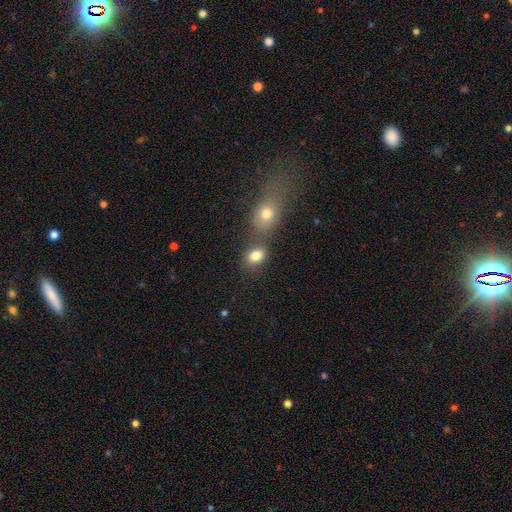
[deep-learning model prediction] Smooth or featured? smooth (80%)
How rounded? in between (62%)
Merging? none (54%)